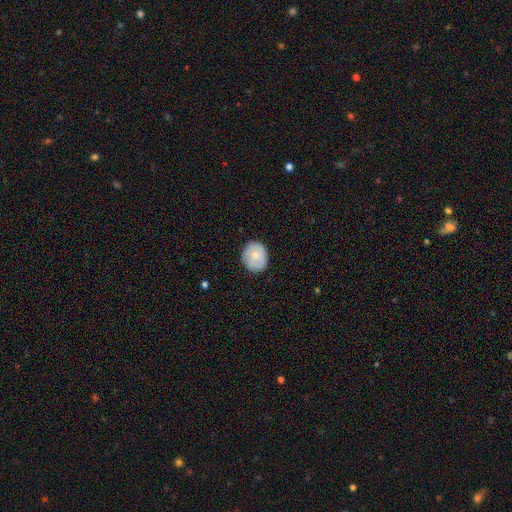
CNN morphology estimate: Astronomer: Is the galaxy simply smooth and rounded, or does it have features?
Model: smooth — 67%.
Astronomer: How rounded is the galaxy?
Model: round — 68%.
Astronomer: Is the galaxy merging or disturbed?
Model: none — 79%.